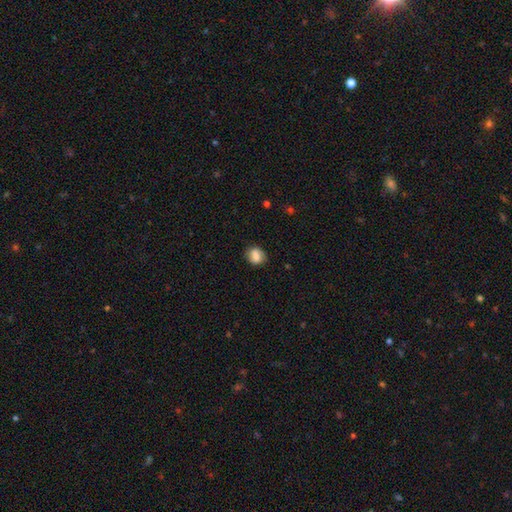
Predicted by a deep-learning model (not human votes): smooth 75%, featured or disk 16%, star or artifact 9%. Down the decision tree: how rounded — round (49%, tied with in between); merging — none (76%).